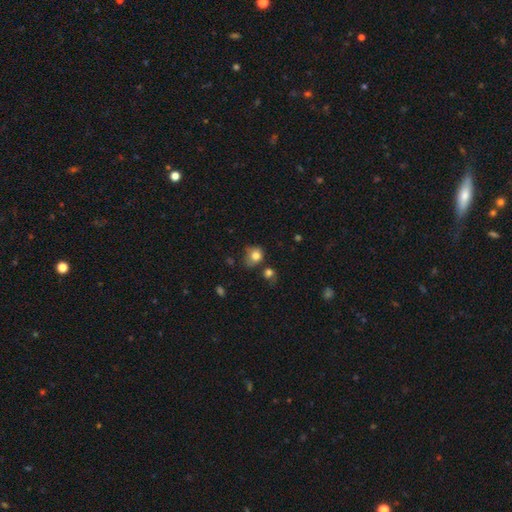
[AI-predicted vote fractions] The model was most divided on "merging": none: 47%, minor disturbance: 30%, major disturbance: 13%, merger: 10%. More confident: smooth or featured — smooth (79%); how rounded — round (61%).